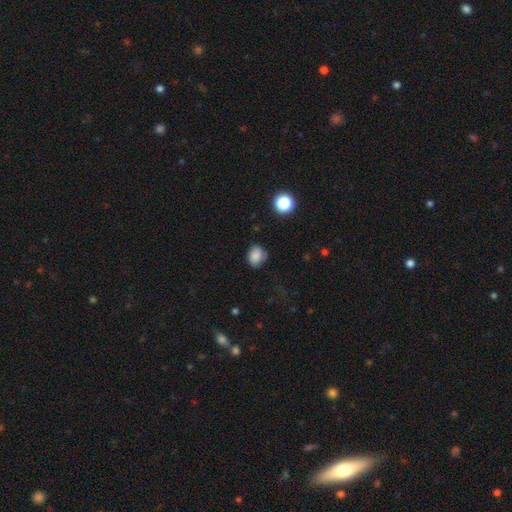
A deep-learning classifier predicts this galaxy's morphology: The model was most divided on "how rounded": round: 55%, in between: 44%, cigar-shaped: 1%. More confident: smooth or featured — smooth (83%); merging — none (68%).